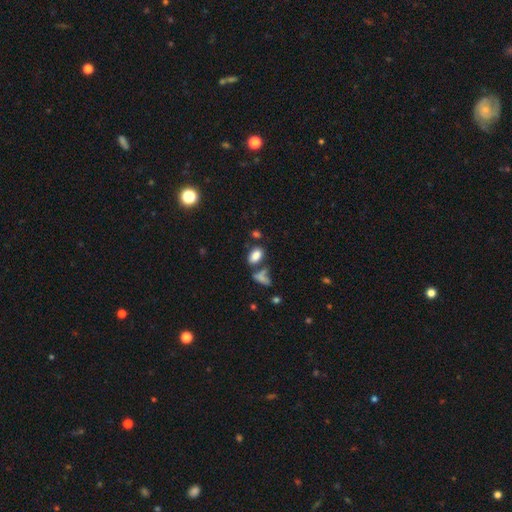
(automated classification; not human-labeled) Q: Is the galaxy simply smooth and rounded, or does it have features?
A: smooth — 84%.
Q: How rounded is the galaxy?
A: in between — 91%.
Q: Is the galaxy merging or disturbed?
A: none — 59%.